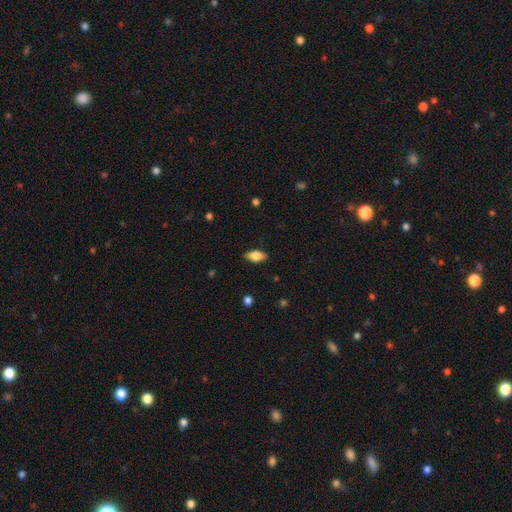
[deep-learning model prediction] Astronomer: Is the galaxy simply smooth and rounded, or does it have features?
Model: smooth — 77%.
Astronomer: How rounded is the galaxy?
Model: in between — 89%.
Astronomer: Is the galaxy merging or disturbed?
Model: none — 87%.